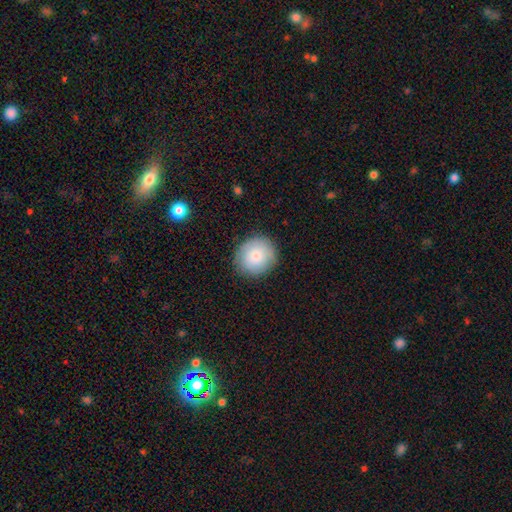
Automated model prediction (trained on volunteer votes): A smooth galaxy with no disk features (81%) that is round (84%).

Vote fractions:
- Smooth or featured? smooth: 81% / featured or disk: 12% / star or artifact: 8%
- How rounded? round: 84% / in between: 15% / cigar-shaped: 1%
- Merging? none: 86% / minor disturbance: 10% / major disturbance: 3% / merger: 1%